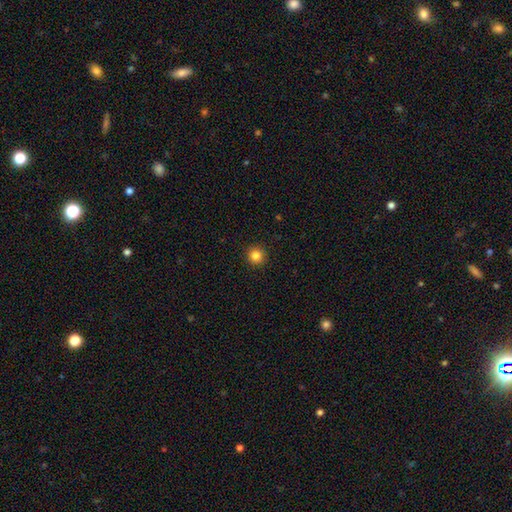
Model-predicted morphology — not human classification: The model was most divided on "smooth or featured": smooth: 83%, star or artifact: 12%, featured or disk: 5%. More confident: how rounded — round (95%); merging — none (93%).